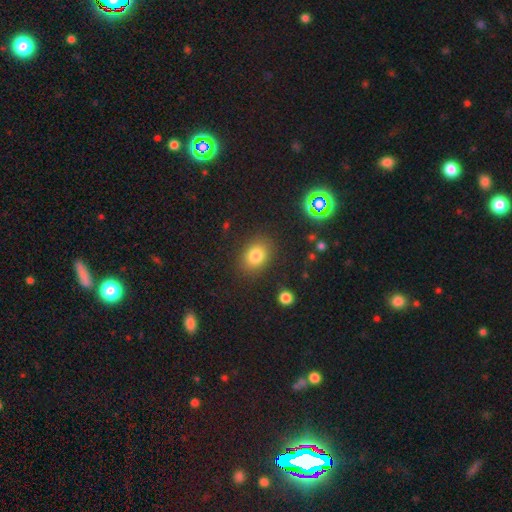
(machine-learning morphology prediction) type=smooth (80%); roundness=in between (60%); merging=none (85%).